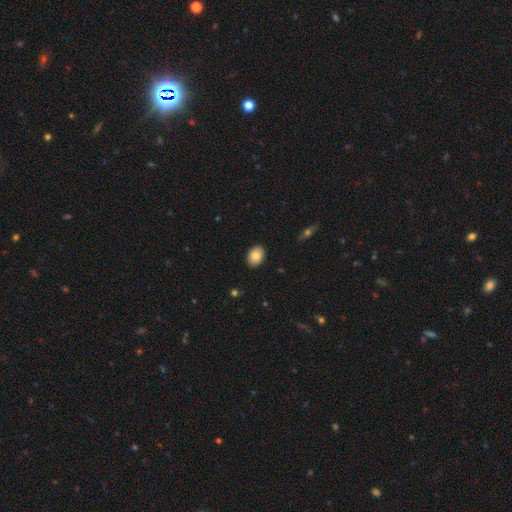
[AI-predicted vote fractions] Smooth or featured?
  - smooth: 84% *
  - featured or disk: 8%
  - star or artifact: 8%
How rounded?
  - in between: 73% *
  - round: 26%
  - cigar-shaped: 1%
Merging?
  - none: 90% *
  - minor disturbance: 8%
  - major disturbance: 2%
  - merger: 1%